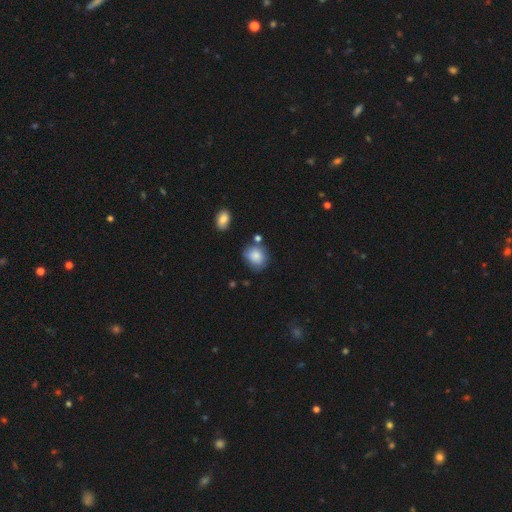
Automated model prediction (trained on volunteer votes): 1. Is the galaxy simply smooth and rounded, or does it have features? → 81% smooth, 10% featured or disk, 8% star or artifact.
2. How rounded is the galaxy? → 63% round, 36% in between, 1% cigar-shaped.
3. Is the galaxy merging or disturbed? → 60% none, 26% minor disturbance, 7% merger, 7% major disturbance.